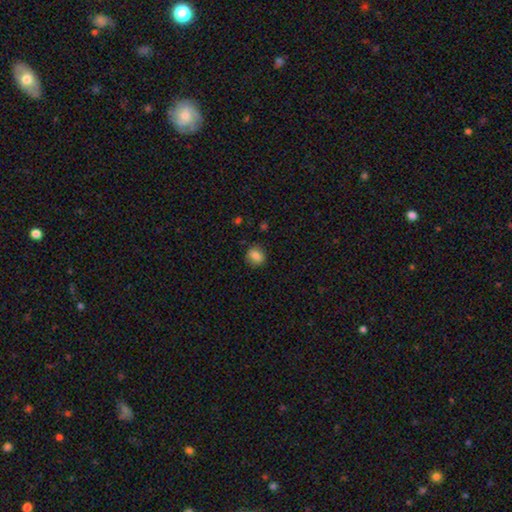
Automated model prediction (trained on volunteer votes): smooth-or-featured: smooth: 81% | star or artifact: 10% | featured or disk: 9%
  how-rounded: round: 68% | in between: 31% | cigar-shaped: 1%
  merging: none: 82% | minor disturbance: 13% | major disturbance: 3% | merger: 1%